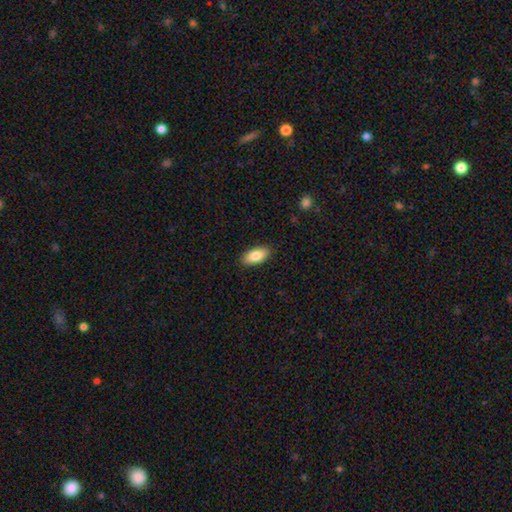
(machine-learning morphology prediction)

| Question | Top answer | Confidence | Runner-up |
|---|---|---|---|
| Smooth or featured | smooth | 84% | featured or disk (10%) |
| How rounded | in between | 89% | cigar-shaped (9%) |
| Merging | none | 88% | minor disturbance (9%) |